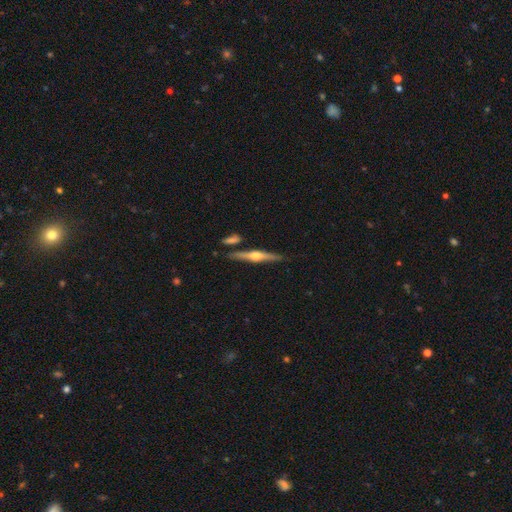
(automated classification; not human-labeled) smooth-or-featured: featured or disk: 73% | smooth: 21% | star or artifact: 6%
  disk-edge-on: yes: 98% | no: 2%
    edge-on-bulge: rounded: 92% | boxy: 4% | none: 4%
  merging: none: 83% | minor disturbance: 9% | merger: 6% | major disturbance: 2%